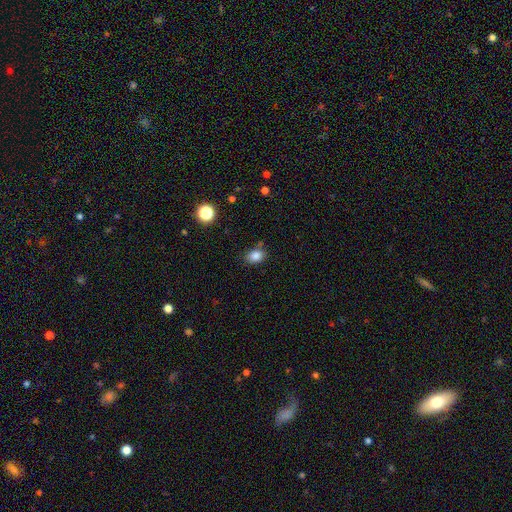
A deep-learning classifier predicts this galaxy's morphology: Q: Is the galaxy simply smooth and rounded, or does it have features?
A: smooth — 84%.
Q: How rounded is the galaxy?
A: in between — 68%.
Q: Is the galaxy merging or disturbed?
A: none — 75%.